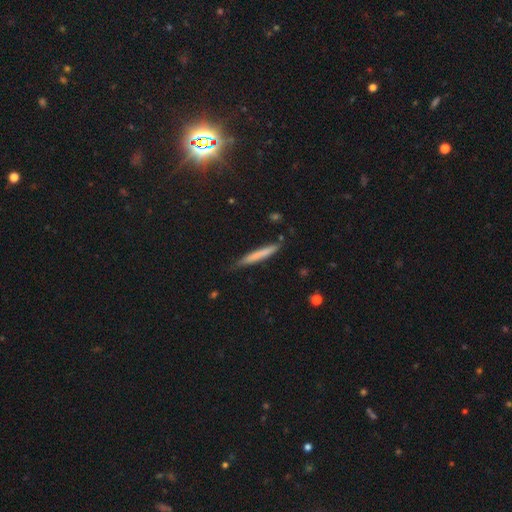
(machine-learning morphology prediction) This is likely a smooth galaxy (67%). How rounded: clearly cigar-shaped (96%). Merging: clearly none (82%).